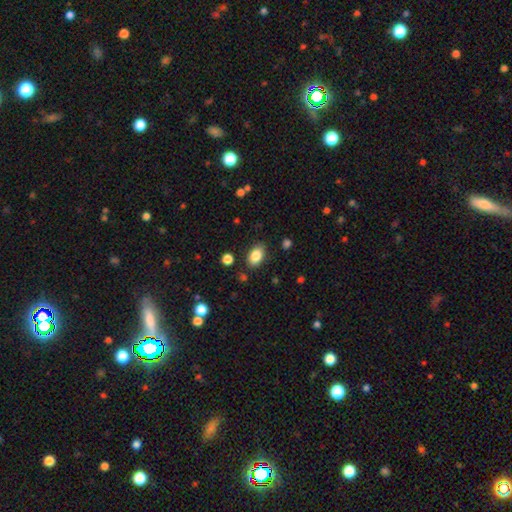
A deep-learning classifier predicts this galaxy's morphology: smooth_or_featured: smooth (p=0.84) [alt: star or artifact p=0.08]
how_rounded: in between (p=0.89) [alt: round p=0.10]
merging: none (p=0.84) [alt: minor disturbance p=0.11]